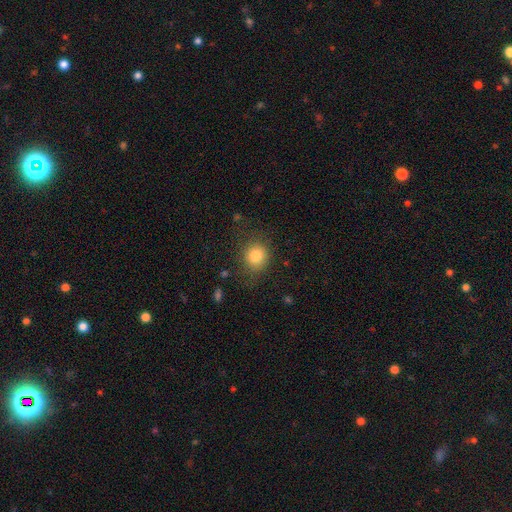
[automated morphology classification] Q: Smooth or featured?
A: smooth (82%); runner-up: star or artifact (11%)
Q: How rounded?
A: round (82%); runner-up: in between (17%)
Q: Merging?
A: none (79%); runner-up: minor disturbance (14%)